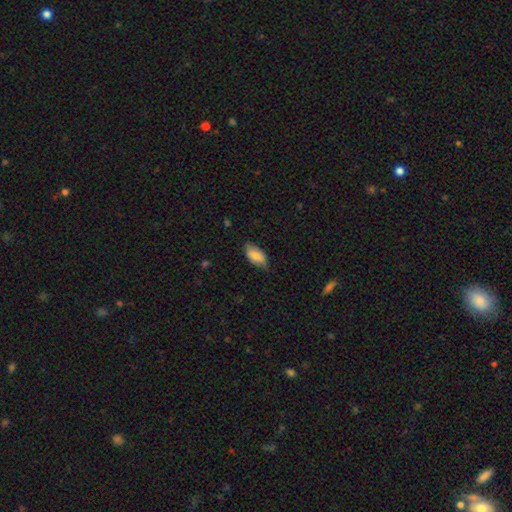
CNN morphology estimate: A smooth galaxy with no disk features (83%) that is in between round and cigar-shaped (93%).

Vote fractions:
- Smooth or featured? smooth: 83% / featured or disk: 10% / star or artifact: 6%
- How rounded? in between: 93% / cigar-shaped: 4% / round: 3%
- Merging? none: 68% / minor disturbance: 26% / major disturbance: 5% / merger: 1%